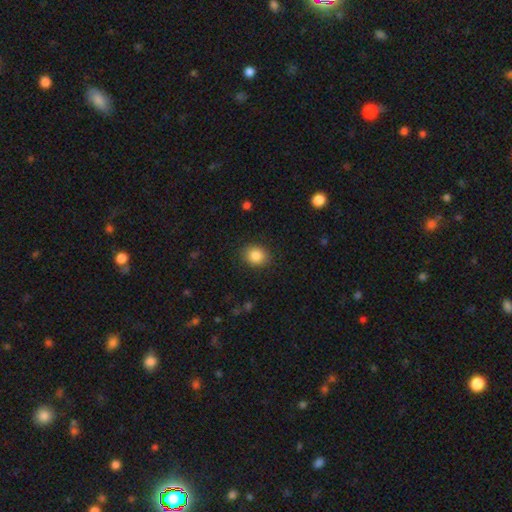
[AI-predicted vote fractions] smooth 85%, star or artifact 9%, featured or disk 6%. Down the decision tree: how rounded — round (63%); merging — none (88%).